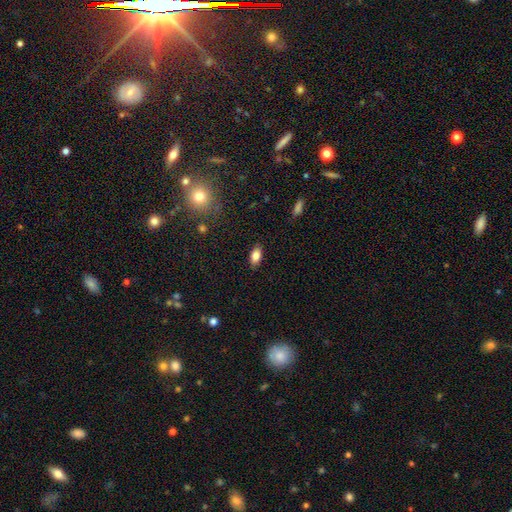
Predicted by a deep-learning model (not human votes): Smooth or featured: smooth — 83% (featured or disk — 9%)
How rounded: in between — 89% (cigar-shaped — 6%)
Merging: none — 87% (minor disturbance — 10%)